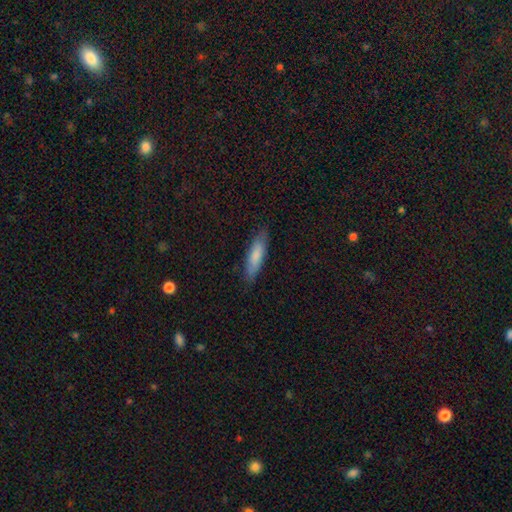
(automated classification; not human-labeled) A smooth galaxy with no disk features (77%) that is cigar-shaped (64%).

Vote fractions:
- Smooth or featured? smooth: 77% / featured or disk: 17% / star or artifact: 5%
- How rounded? cigar-shaped: 64% / in between: 34% / round: 1%
- Merging? none: 83% / minor disturbance: 13% / major disturbance: 2% / merger: 1%